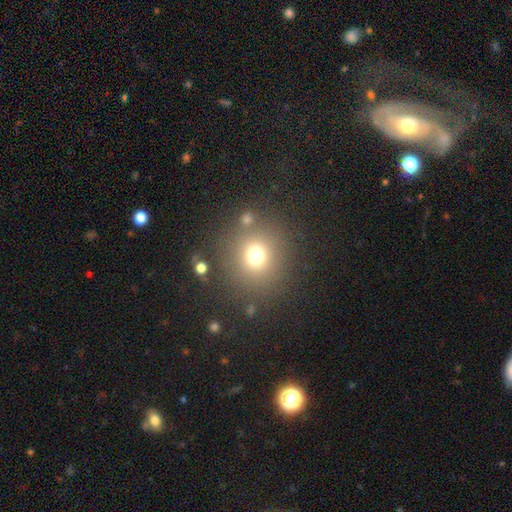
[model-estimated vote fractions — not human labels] smooth 73%, star or artifact 18%, featured or disk 9%. Down the decision tree: how rounded — round (90%); merging — none (80%).